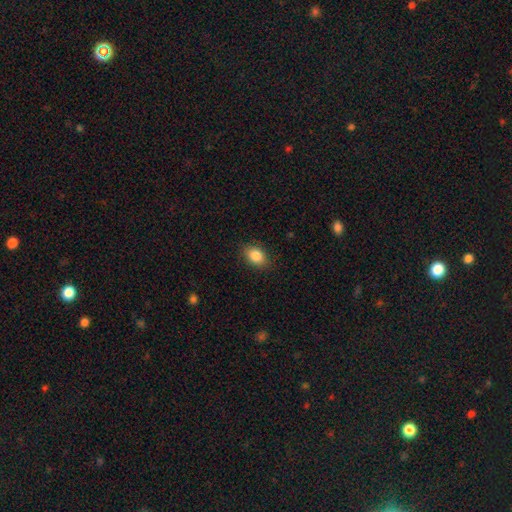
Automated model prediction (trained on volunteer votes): smooth-or-featured: smooth: 85% | star or artifact: 8% | featured or disk: 6%
  how-rounded: in between: 77% | round: 22% | cigar-shaped: 1%
  merging: none: 86% | minor disturbance: 11% | major disturbance: 3% | merger: 1%